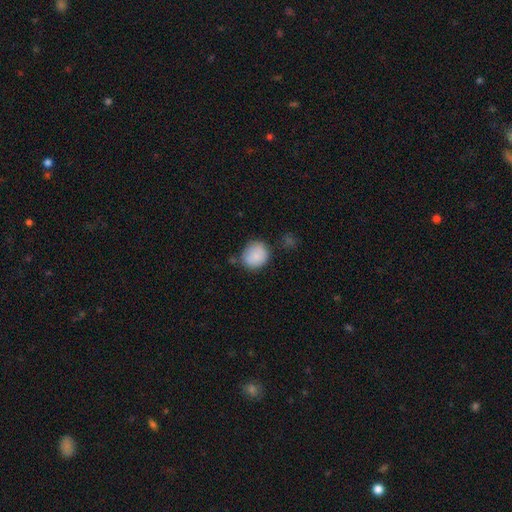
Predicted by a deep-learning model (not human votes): This appears to be a smooth galaxy with no disk features (85%) that is round (74%). Merging: none (65%).